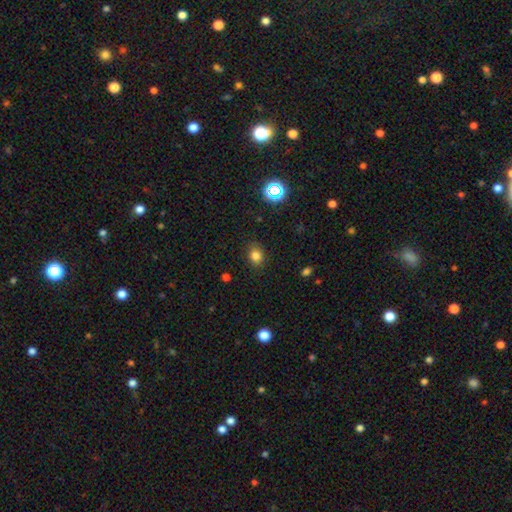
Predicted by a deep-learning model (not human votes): Morphology: type=smooth (80%); roundness=round (54%); merging=none (84%).